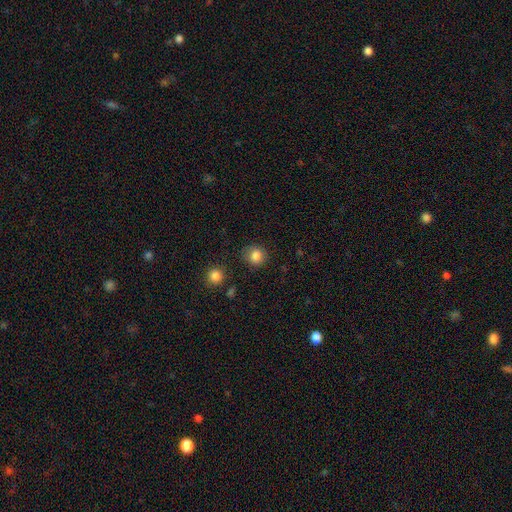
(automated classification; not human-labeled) A smooth galaxy with no disk features (84%) that is round (89%). Merging: none (84%).